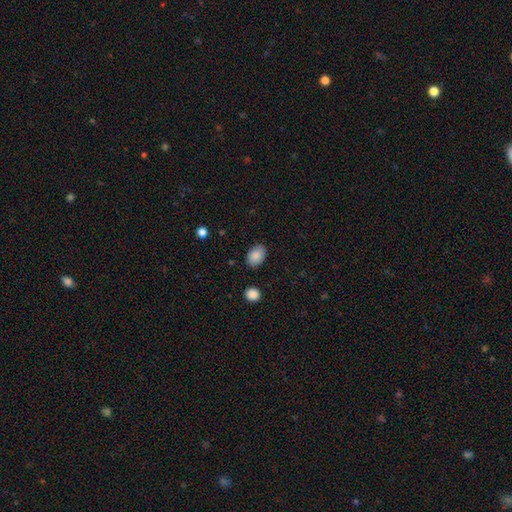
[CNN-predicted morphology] This appears to be a smooth galaxy with no disk features (87%) that is in between round and cigar-shaped (83%). Merging: none (84%).